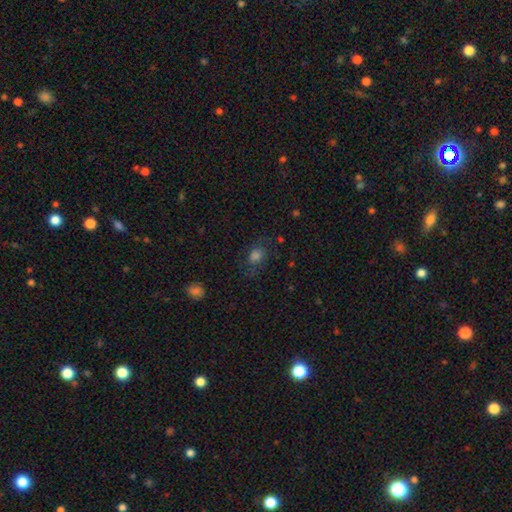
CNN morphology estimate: Q: Smooth or featured?
A: smooth (61%); runner-up: star or artifact (20%)
Q: How rounded?
A: in between (58%); runner-up: round (40%)
Q: Merging?
A: none (66%); runner-up: minor disturbance (19%)